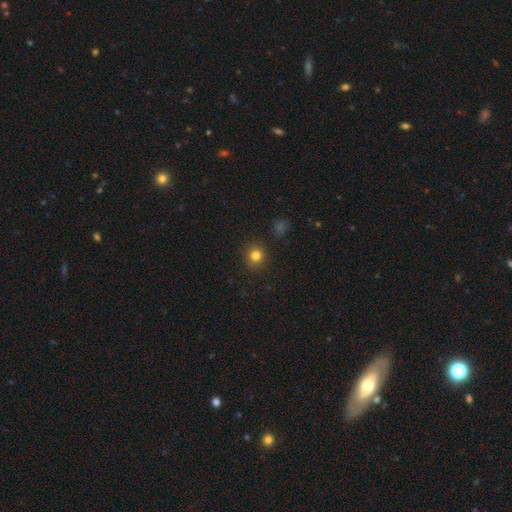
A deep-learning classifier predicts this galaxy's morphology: smooth-or-featured: smooth: 81% | star or artifact: 14% | featured or disk: 6%
  how-rounded: round: 91% | in between: 8% | cigar-shaped: 1%
  merging: none: 90% | minor disturbance: 6% | major disturbance: 2% | merger: 1%